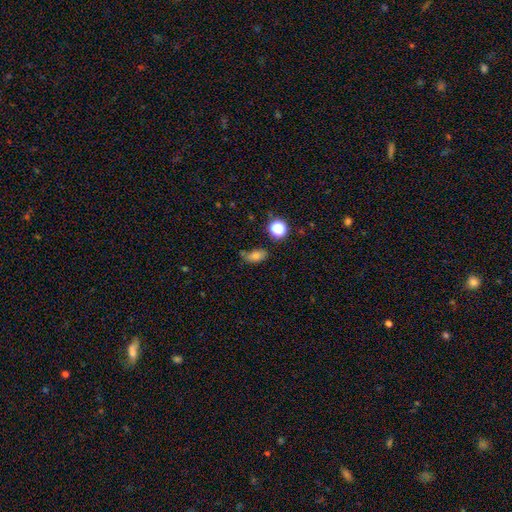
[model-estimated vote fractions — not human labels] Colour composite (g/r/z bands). It shows a smooth galaxy with no disk features (71%) that is in between round and cigar-shaped (82%). Merging: none (58%).